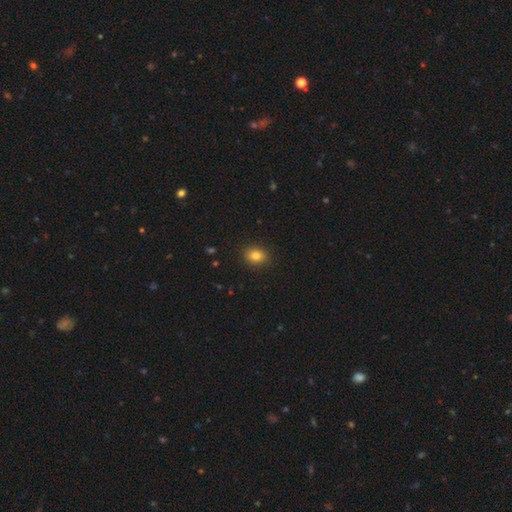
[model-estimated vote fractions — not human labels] A smooth galaxy with no disk features (84%) that is in between round and cigar-shaped (58%). Merging: none (89%).